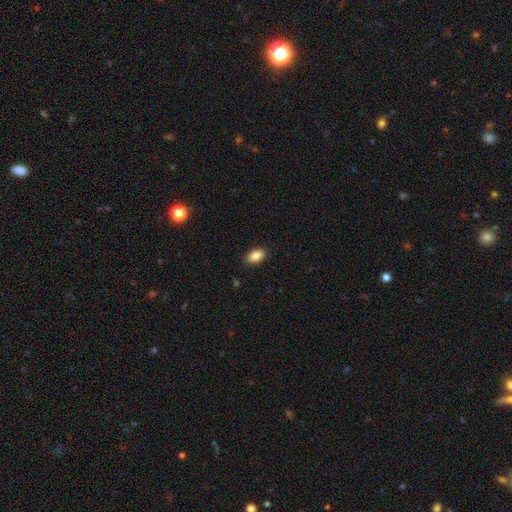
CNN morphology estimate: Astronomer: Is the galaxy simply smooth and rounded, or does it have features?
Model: smooth — 87%.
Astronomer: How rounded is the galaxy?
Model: in between — 91%.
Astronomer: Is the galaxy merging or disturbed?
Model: none — 89%.